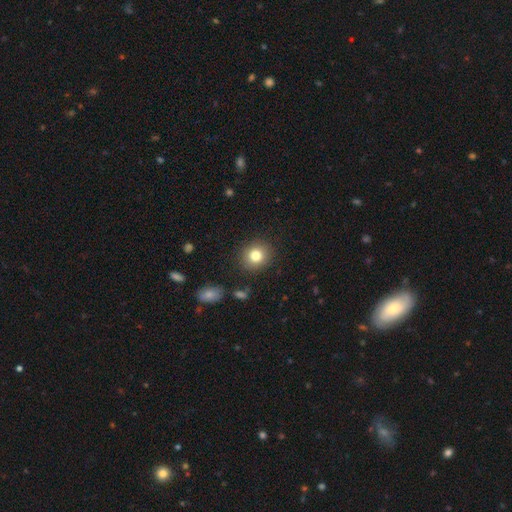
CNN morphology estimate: type=smooth (81%); roundness=round (83%); merging=none (88%).